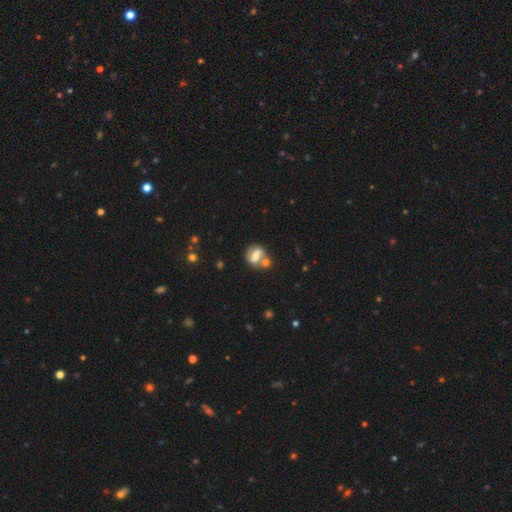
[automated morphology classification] Smooth or featured? smooth (52%)
How rounded? in between (50%)
Merging? merger (42%)